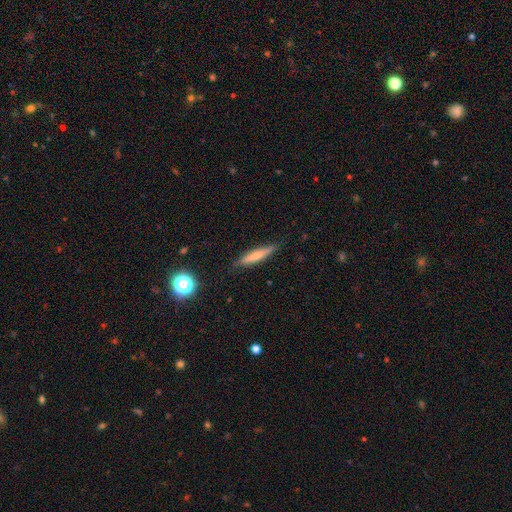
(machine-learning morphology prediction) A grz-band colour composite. It shows a smooth galaxy with no disk features (63%) that is cigar-shaped (90%). Merging: none (85%).